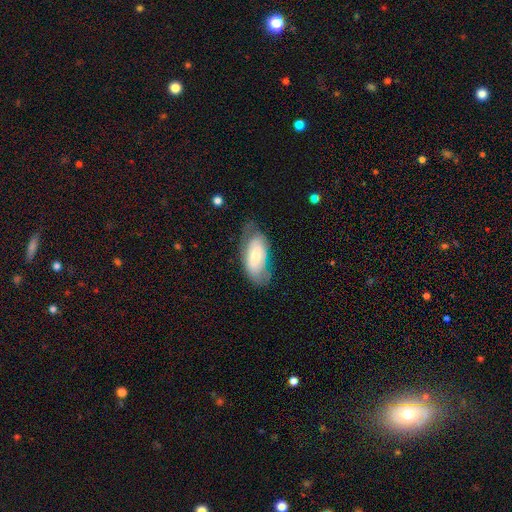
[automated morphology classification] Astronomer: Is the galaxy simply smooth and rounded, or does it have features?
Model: smooth — 56% (runner-up: featured or disk, 37%).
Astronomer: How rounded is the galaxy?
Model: in between — 91%.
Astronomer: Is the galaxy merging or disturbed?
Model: none — 54% (runner-up: minor disturbance, 30%).